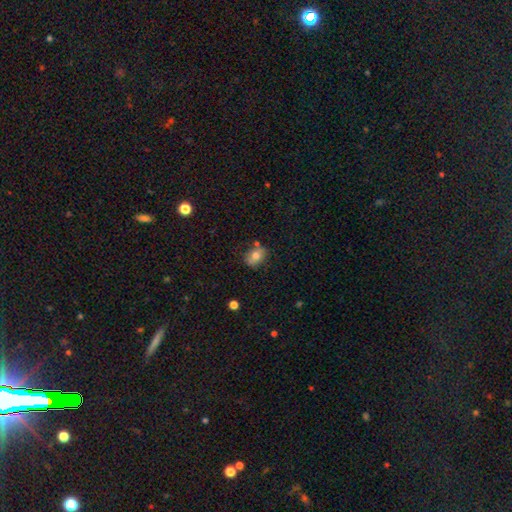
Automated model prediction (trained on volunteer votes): smooth_or_featured: smooth (p=0.72) [alt: featured or disk p=0.18]
how_rounded: in between (p=0.68) [alt: round p=0.31]
merging: none (p=0.72) [alt: minor disturbance p=0.17]